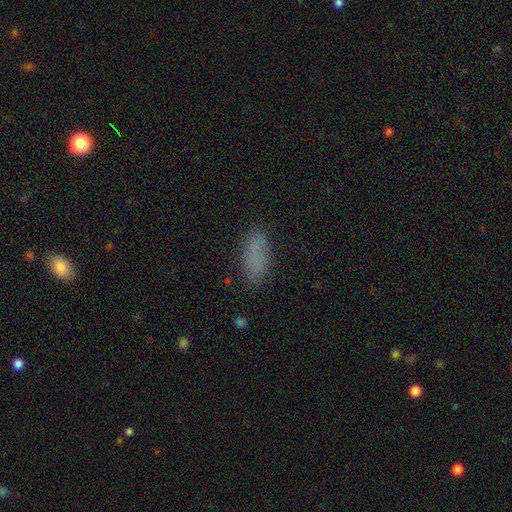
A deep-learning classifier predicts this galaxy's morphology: A smooth galaxy with no disk features (81%) that is in between round and cigar-shaped (71%). Merging: none (81%).